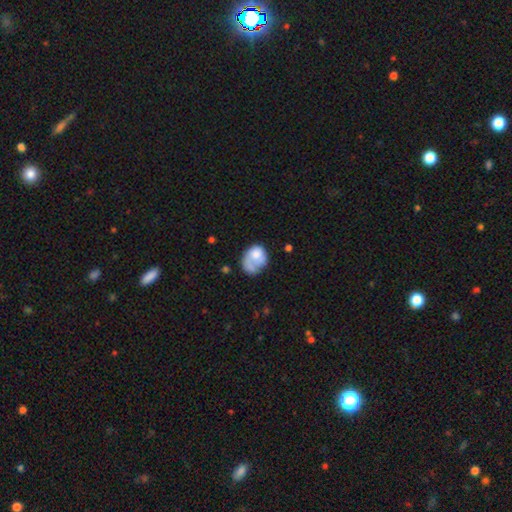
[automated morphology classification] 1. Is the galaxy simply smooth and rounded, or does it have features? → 61% smooth, 31% featured or disk, 7% star or artifact.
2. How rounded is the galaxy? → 55% in between, 44% round, 1% cigar-shaped.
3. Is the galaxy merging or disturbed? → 31% none, 30% major disturbance, 23% minor disturbance, 16% merger.